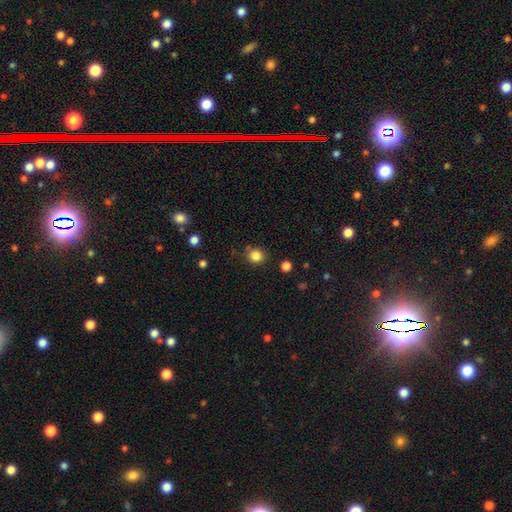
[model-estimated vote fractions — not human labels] Smooth or featured? smooth (84%)
How rounded? round (82%)
Merging? none (81%)